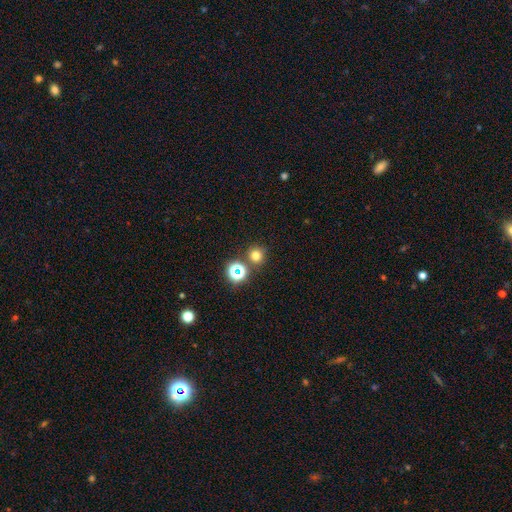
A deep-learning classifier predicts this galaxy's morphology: A smooth galaxy with no disk features (71%) that is round (92%).

Vote fractions:
- Smooth or featured? smooth: 71% / star or artifact: 22% / featured or disk: 6%
- How rounded? round: 92% / in between: 7% / cigar-shaped: 1%
- Merging? none: 80% / merger: 10% / minor disturbance: 7% / major disturbance: 3%